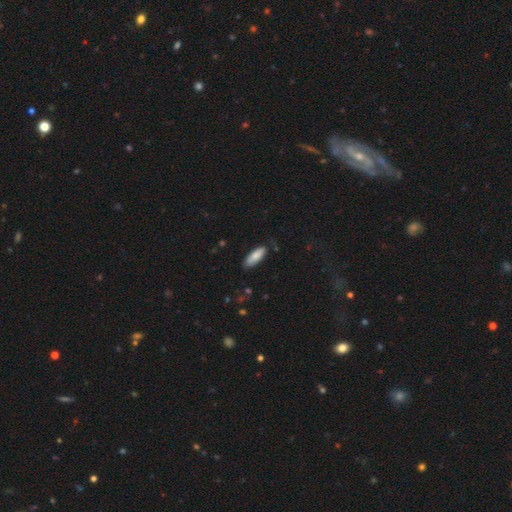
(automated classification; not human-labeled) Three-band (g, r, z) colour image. It shows a smooth galaxy with no disk features (84%) that is in between round and cigar-shaped (70%). Merging: none (77%).